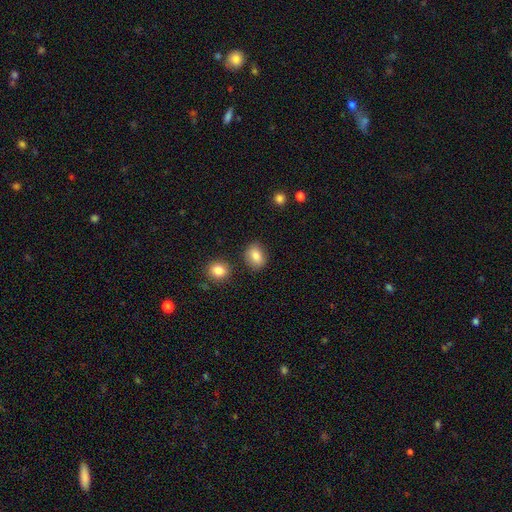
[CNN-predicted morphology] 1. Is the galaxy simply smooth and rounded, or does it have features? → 84% smooth, 9% star or artifact, 7% featured or disk.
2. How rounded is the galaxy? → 62% in between, 37% round, 1% cigar-shaped.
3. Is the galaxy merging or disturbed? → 81% none, 12% minor disturbance, 5% merger, 3% major disturbance.